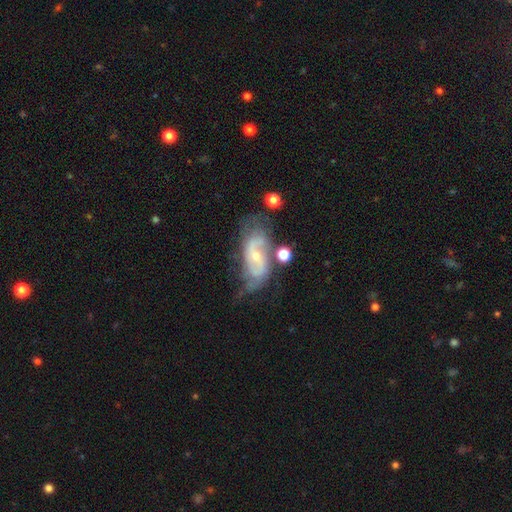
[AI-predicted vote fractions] featured or disk 79%, smooth 13%, star or artifact 7%. Down the decision tree: edge-on disk — no (94%); bar — no (45%); spiral arms — yes (90%); spiral arm count — 2 (71%); spiral winding — medium (44%); bulge size — small (66%); merging — none (51%).